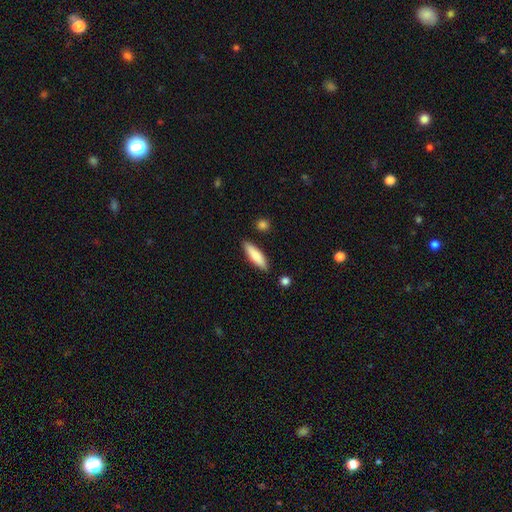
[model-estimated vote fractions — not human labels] This is likely a smooth galaxy (76%). How rounded: likely cigar-shaped (63%). Merging: clearly none (87%).